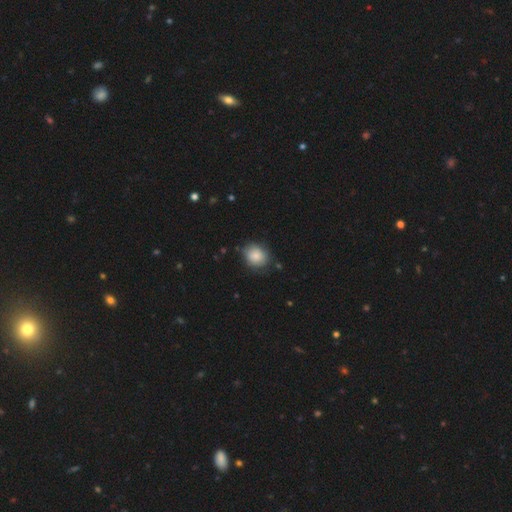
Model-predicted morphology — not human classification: Smooth or featured?
  - smooth: 82% *
  - featured or disk: 10%
  - star or artifact: 8%
How rounded?
  - round: 63% *
  - in between: 36%
  - cigar-shaped: 1%
Merging?
  - none: 73% *
  - minor disturbance: 20%
  - major disturbance: 5%
  - merger: 2%